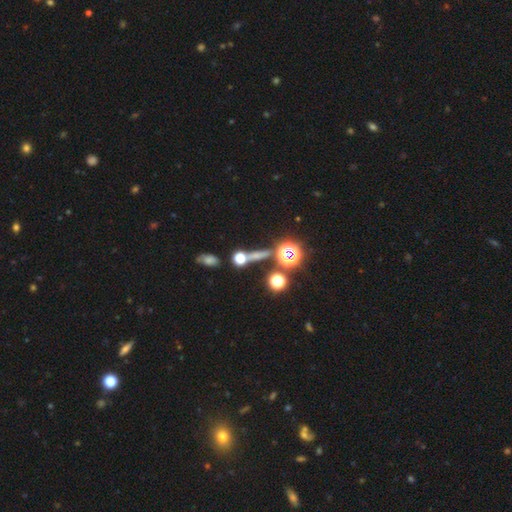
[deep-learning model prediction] A smooth galaxy with no disk features (45%). Merging: none (68%).